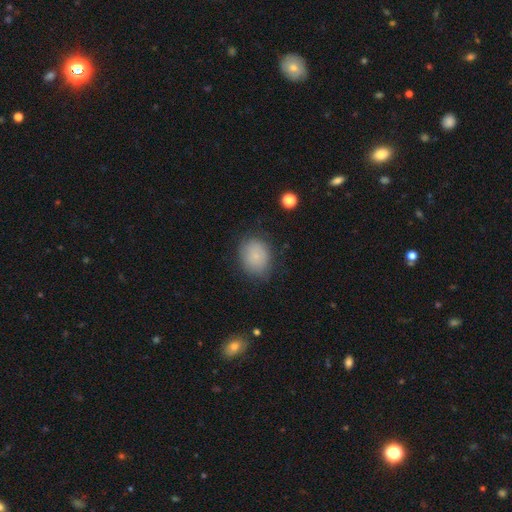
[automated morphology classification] A smooth galaxy with no disk features (79%) that is in between round and cigar-shaped (51%).

Vote fractions:
- Smooth or featured? smooth: 79% / featured or disk: 12% / star or artifact: 10%
- How rounded? in between: 51% / round: 48% / cigar-shaped: 1%
- Merging? none: 77% / minor disturbance: 16% / major disturbance: 5% / merger: 1%